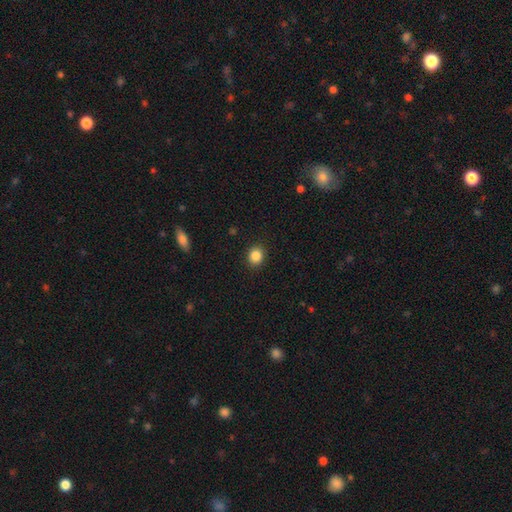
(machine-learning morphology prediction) smooth-or-featured: smooth: 86% | star or artifact: 10% | featured or disk: 4%
  how-rounded: round: 79% | in between: 20% | cigar-shaped: 1%
  merging: none: 91% | minor disturbance: 6% | major disturbance: 2% | merger: 1%